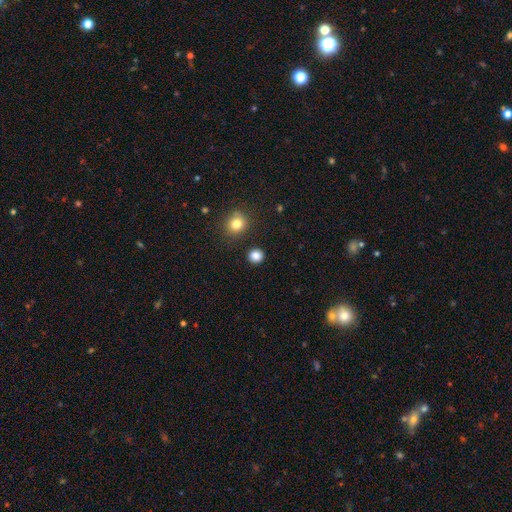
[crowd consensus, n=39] Overall: smooth (82%). How rounded: round (97%). Merging: none (100%).